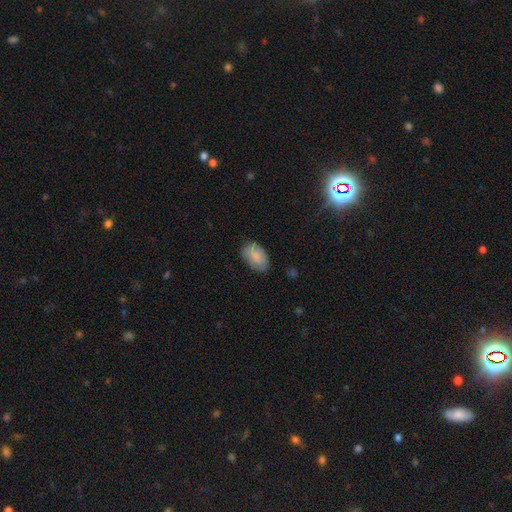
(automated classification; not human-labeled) Morphology: type=smooth (80%); roundness=in between (90%); merging=none (75%).